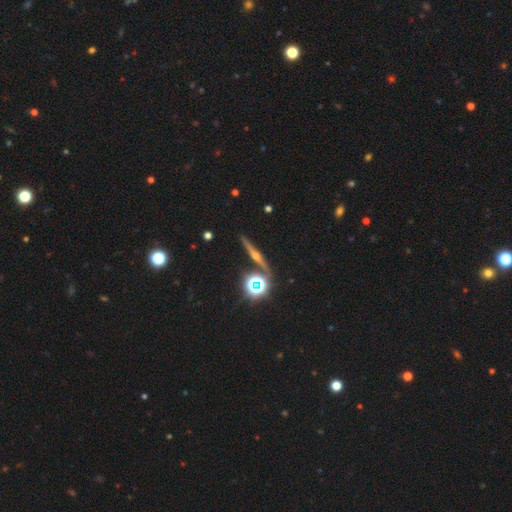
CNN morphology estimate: A featured or disk galaxy (71%) viewed edge-on (96%) with a rounded central bulge (93%).

Vote fractions:
- Smooth or featured? featured or disk: 71% / star or artifact: 16% / smooth: 14%
- Edge-on disk? yes: 96% / no: 4%
- Edge-on bulge? rounded: 93% / none: 4% / boxy: 3%
- Merging? none: 88% / minor disturbance: 6% / merger: 3% / major disturbance: 2%